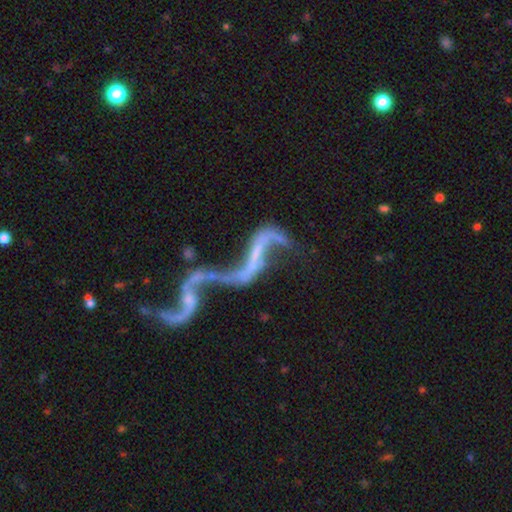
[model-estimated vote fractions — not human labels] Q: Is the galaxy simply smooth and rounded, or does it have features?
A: featured or disk — 79%.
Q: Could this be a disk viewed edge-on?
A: no — 93%.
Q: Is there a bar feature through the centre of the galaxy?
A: no — 48%.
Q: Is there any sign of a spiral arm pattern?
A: yes — 68%.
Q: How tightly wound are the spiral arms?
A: loose — 94%.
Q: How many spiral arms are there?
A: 2 — 79%.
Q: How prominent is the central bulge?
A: none — 55%.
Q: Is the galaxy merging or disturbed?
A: merger — 61%.